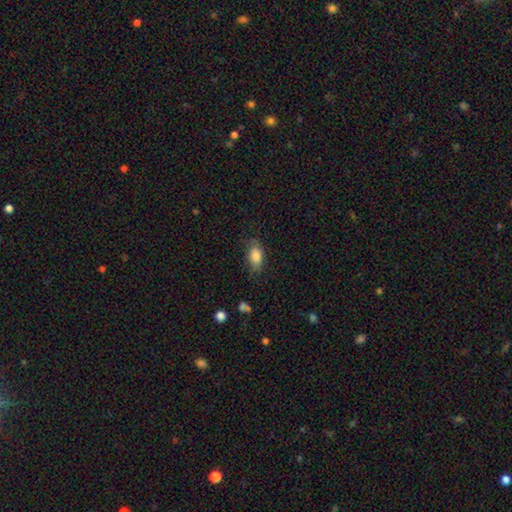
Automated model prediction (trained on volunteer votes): smooth_or_featured: smooth (p=0.84) [alt: featured or disk p=0.08]
how_rounded: in between (p=0.90) [alt: round p=0.07]
merging: none (p=0.68) [alt: minor disturbance p=0.24]